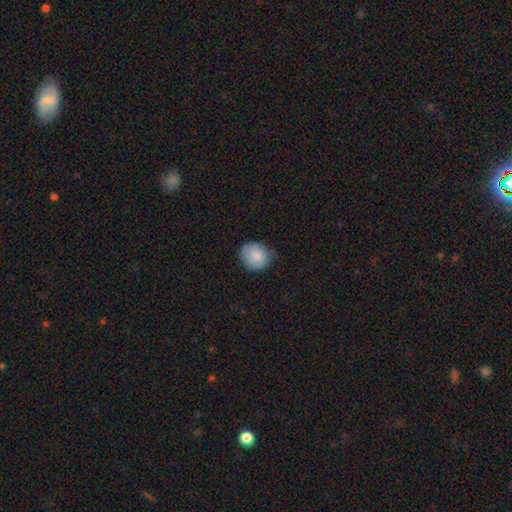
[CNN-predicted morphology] This appears to be a smooth galaxy with no disk features (86%) that is round (77%). Merging: none (68%).